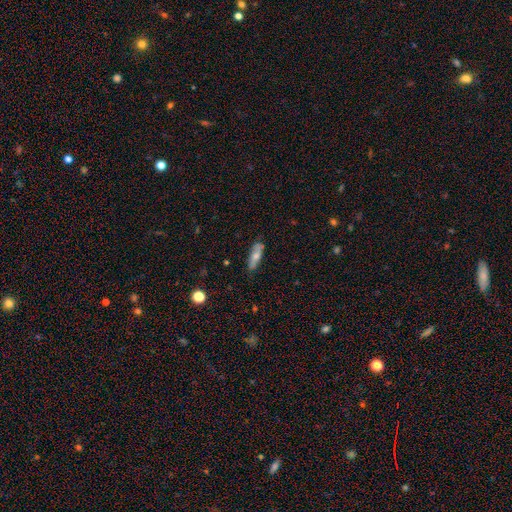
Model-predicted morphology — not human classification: Smooth or featured?
  - smooth: 61% *
  - featured or disk: 32%
  - star or artifact: 6%
How rounded?
  - cigar-shaped: 54% *
  - in between: 44%
  - round: 3%
Merging?
  - none: 77% *
  - minor disturbance: 17%
  - major disturbance: 3%
  - merger: 2%